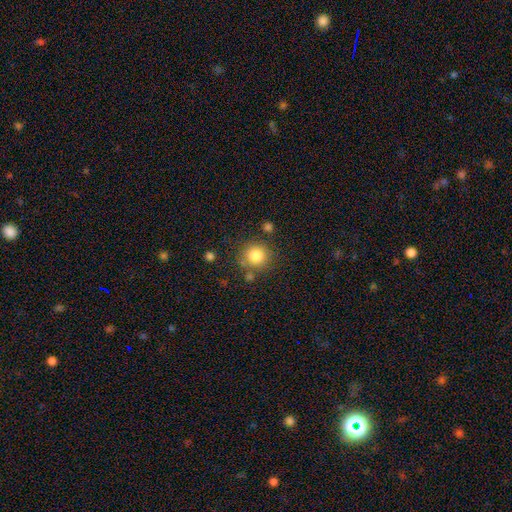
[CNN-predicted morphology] Smooth or featured?
  - smooth: 83% *
  - star or artifact: 11%
  - featured or disk: 7%
How rounded?
  - round: 92% *
  - in between: 7%
  - cigar-shaped: 1%
Merging?
  - none: 79% *
  - minor disturbance: 10%
  - merger: 7%
  - major disturbance: 4%